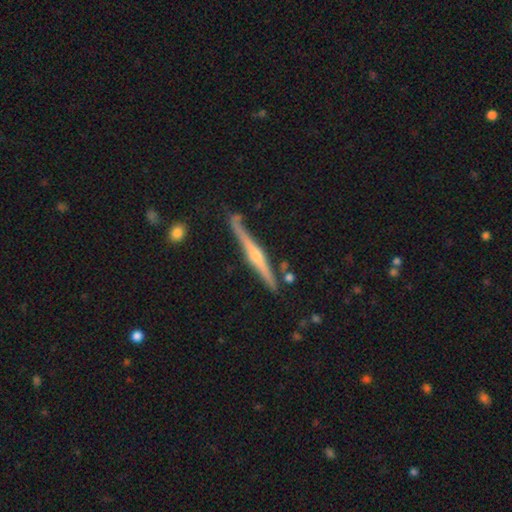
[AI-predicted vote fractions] Smooth or featured? featured or disk (83%)
Edge-on disk? yes (98%)
Edge-on bulge? rounded (83%)
Merging? none (84%)